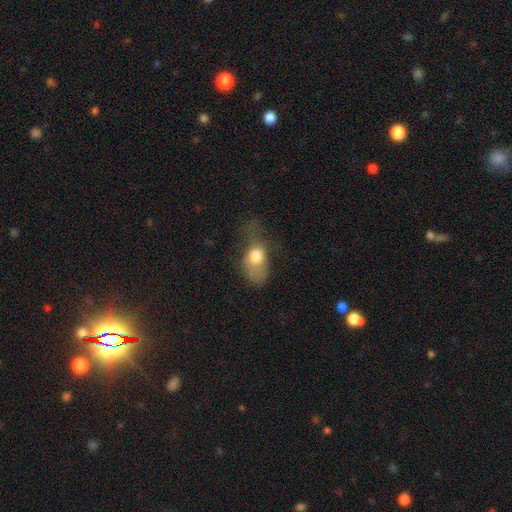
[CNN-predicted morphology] Smooth or featured?
  - smooth: 69% *
  - featured or disk: 21%
  - star or artifact: 10%
How rounded?
  - in between: 80% *
  - round: 17%
  - cigar-shaped: 3%
Merging?
  - major disturbance: 51% *
  - minor disturbance: 26%
  - none: 20%
  - merger: 4%